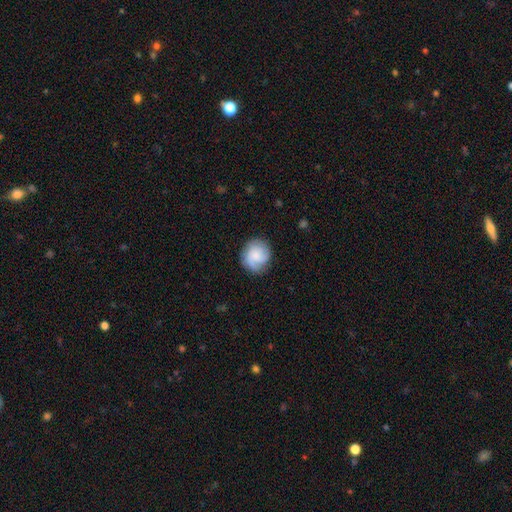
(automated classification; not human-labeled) Overall: smooth (51%; featured or disk 41%). How rounded: round (85%). Merging: none (80%).